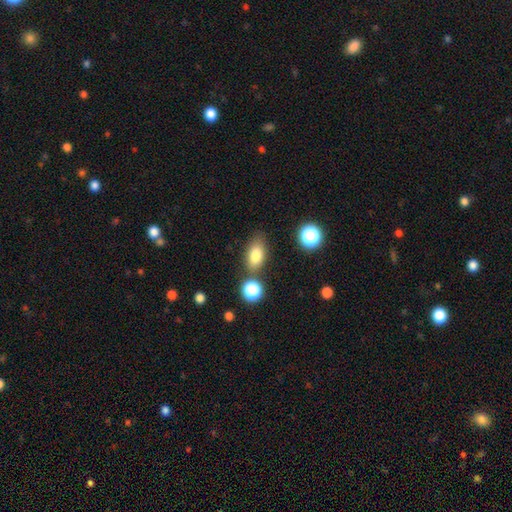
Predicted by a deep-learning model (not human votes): This is likely a smooth galaxy (80%). How rounded: clearly in between (85%). Merging: likely none (73%).